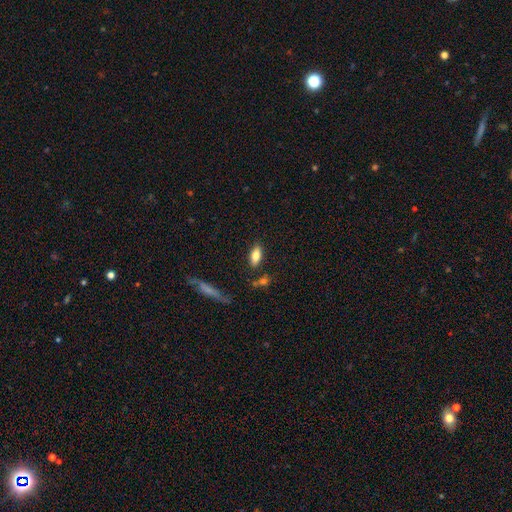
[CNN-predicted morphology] smooth 76%, featured or disk 16%, star or artifact 8%. Down the decision tree: how rounded — in between (82%); merging — none (81%).